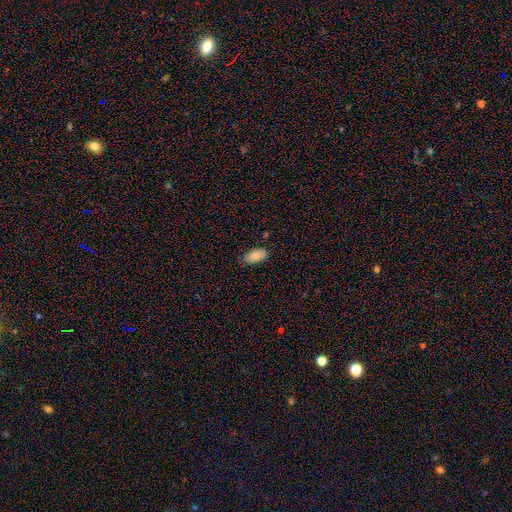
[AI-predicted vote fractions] A smooth galaxy with no disk features (84%) that is in between round and cigar-shaped (93%).

Vote fractions:
- Smooth or featured? smooth: 84% / featured or disk: 8% / star or artifact: 7%
- How rounded? in between: 93% / cigar-shaped: 4% / round: 3%
- Merging? none: 82% / minor disturbance: 15% / major disturbance: 2% / merger: 1%